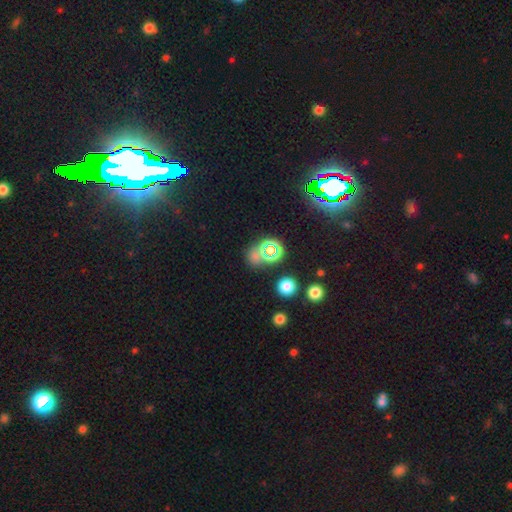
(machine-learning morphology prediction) Smooth or featured? Predicted: star or artifact (p=0.51).